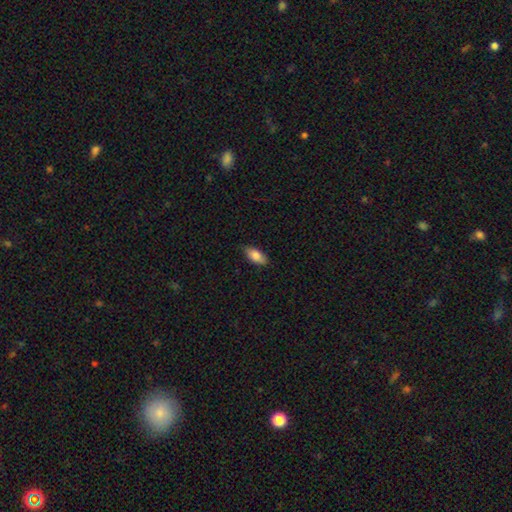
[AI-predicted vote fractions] Morphology: type=smooth (80%); roundness=in between (88%); merging=none (83%).